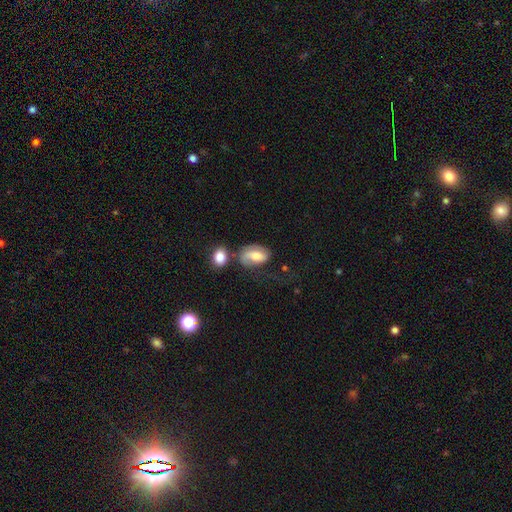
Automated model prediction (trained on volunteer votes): Smooth or featured? featured or disk (47%)
Merging? none (37%)